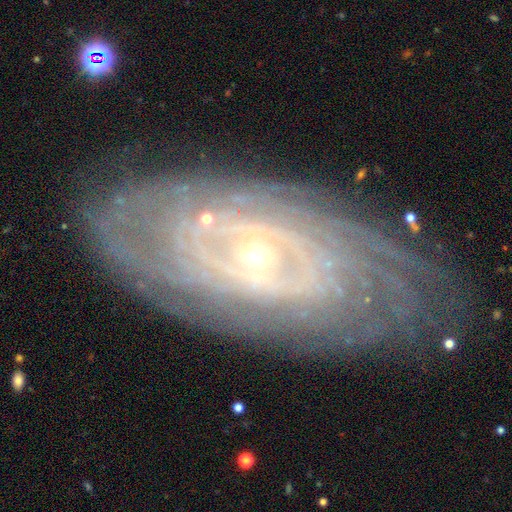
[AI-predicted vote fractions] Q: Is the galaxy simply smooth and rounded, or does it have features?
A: featured or disk — 85%.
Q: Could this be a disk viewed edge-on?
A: no — 91%.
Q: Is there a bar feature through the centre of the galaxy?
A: no — 65%.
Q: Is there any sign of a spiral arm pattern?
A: yes — 93%.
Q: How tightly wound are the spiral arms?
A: tight — 82%.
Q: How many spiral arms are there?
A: can't tell — 46%.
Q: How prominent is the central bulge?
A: small — 79%.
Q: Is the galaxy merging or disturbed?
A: none — 80%.